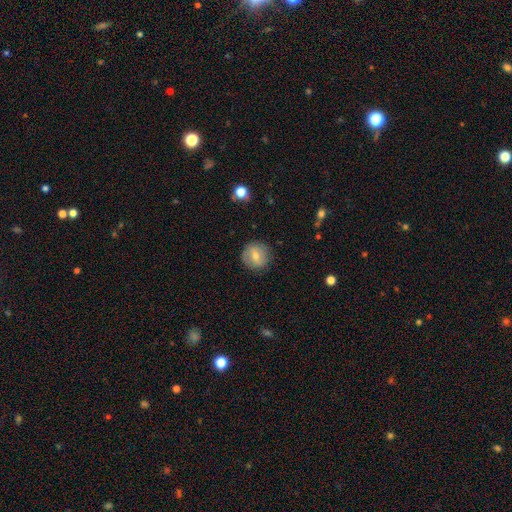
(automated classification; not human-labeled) This appears to be a smooth galaxy with no disk features (63%) that is round (91%). Merging: none (84%).